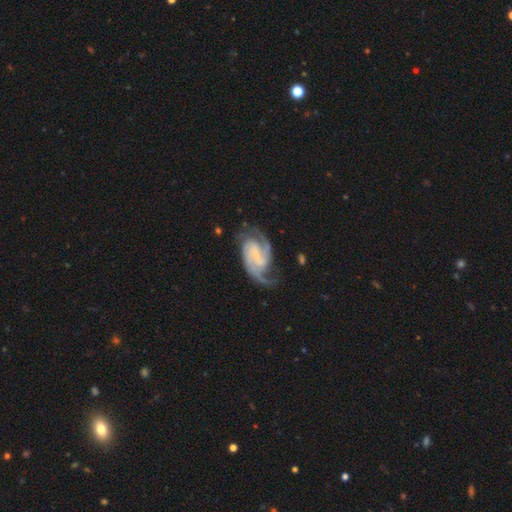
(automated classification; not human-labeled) Q: Smooth or featured?
A: featured or disk (91%); runner-up: smooth (5%)
Q: Edge-on disk?
A: no (98%); runner-up: yes (2%)
Q: Bar?
A: weak (46%); runner-up: no (33%)
Q: Spiral arms?
A: yes (98%); runner-up: no (2%)
Q: Spiral winding?
A: medium (53%); runner-up: tight (33%)
Q: Spiral arm count?
A: 2 (77%); runner-up: 3 (11%)
Q: Bulge size?
A: small (67%); runner-up: moderate (18%)
Q: Merging?
A: none (67%); runner-up: minor disturbance (18%)